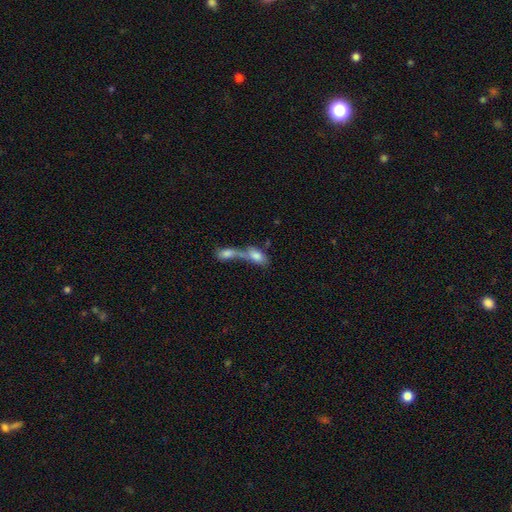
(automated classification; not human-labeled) Q: Smooth or featured?
A: smooth (77%); runner-up: featured or disk (16%)
Q: How rounded?
A: in between (87%); runner-up: cigar-shaped (7%)
Q: Merging?
A: merger (73%); runner-up: none (16%)